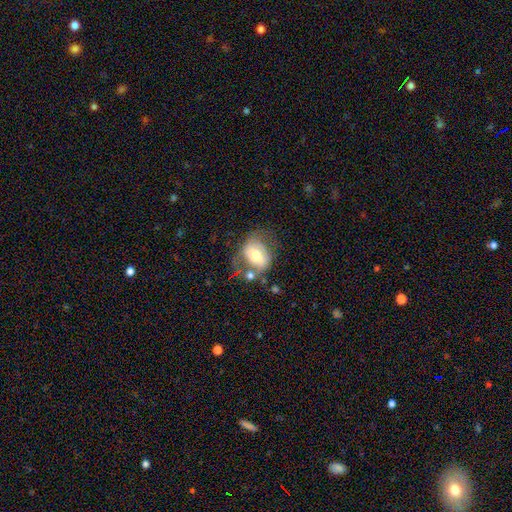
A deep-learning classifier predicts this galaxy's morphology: A featured or disk galaxy (47%).

Vote fractions:
- Smooth or featured? featured or disk: 47% / smooth: 45% / star or artifact: 8%
- Merging? none: 44% / minor disturbance: 24% / major disturbance: 19% / merger: 14%